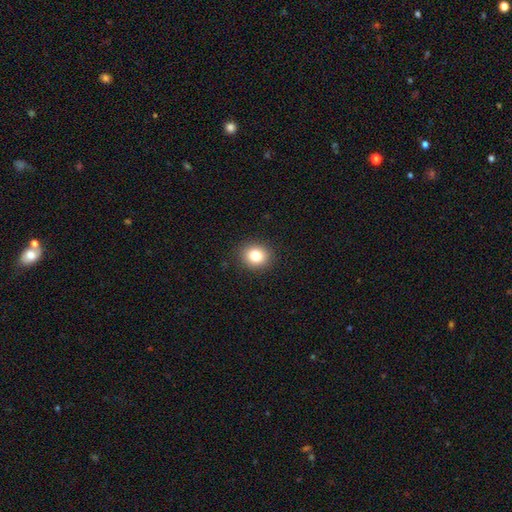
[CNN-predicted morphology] This is clearly a smooth galaxy (81%). How rounded: likely round (77%). Merging: clearly none (91%).